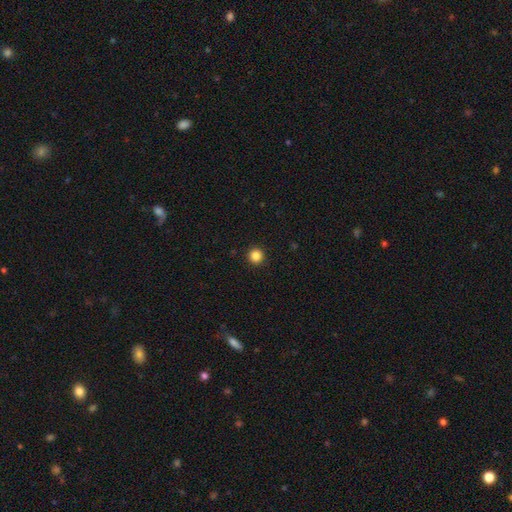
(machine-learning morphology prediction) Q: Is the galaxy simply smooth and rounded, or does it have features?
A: smooth — 85%.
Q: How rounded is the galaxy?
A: round — 96%.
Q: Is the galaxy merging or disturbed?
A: none — 93%.